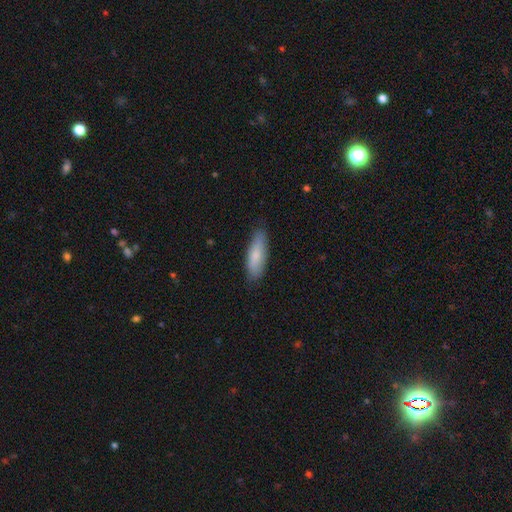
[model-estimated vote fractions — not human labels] A smooth galaxy with no disk features (78%) that is in between round and cigar-shaped (50%). Merging: none (82%).